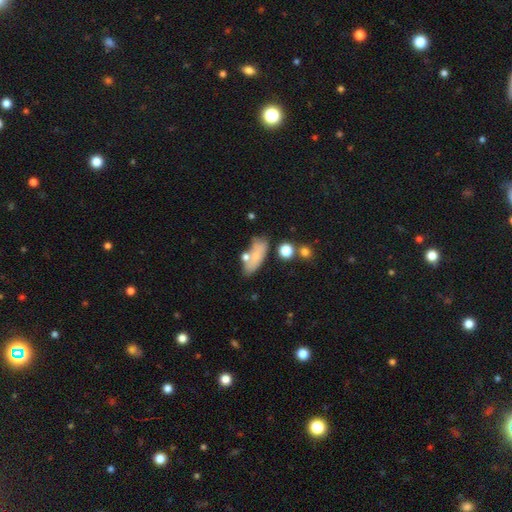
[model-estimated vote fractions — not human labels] smooth-or-featured: smooth: 70% | featured or disk: 21% | star or artifact: 9%
  how-rounded: in between: 76% | cigar-shaped: 19% | round: 5%
  merging: none: 54% | minor disturbance: 21% | merger: 16% | major disturbance: 8%